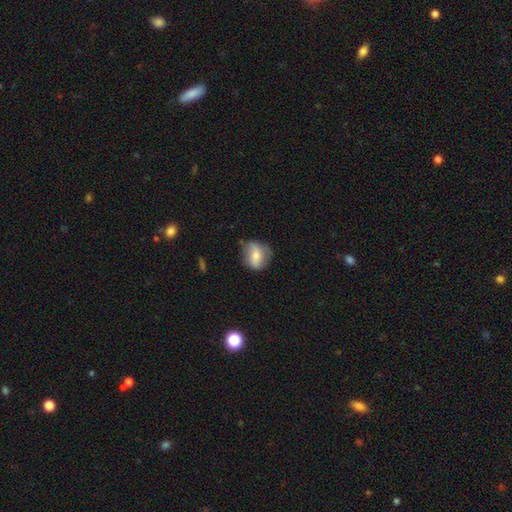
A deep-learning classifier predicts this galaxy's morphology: This appears to be a smooth galaxy with no disk features (54%) that is round (58%). Merging: none (65%).